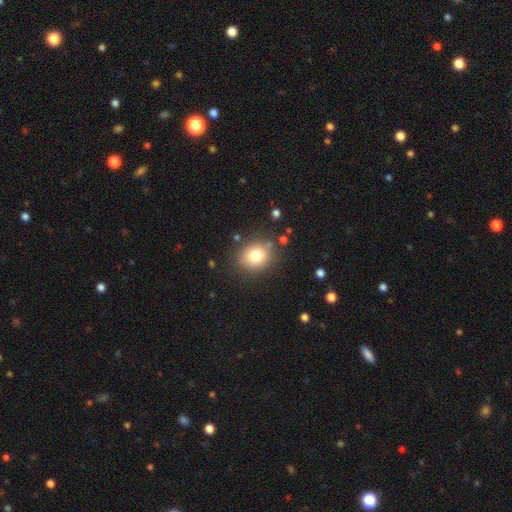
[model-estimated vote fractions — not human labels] Q: Smooth or featured?
A: smooth (78%); runner-up: star or artifact (11%)
Q: How rounded?
A: round (71%); runner-up: in between (28%)
Q: Merging?
A: none (82%); runner-up: minor disturbance (11%)